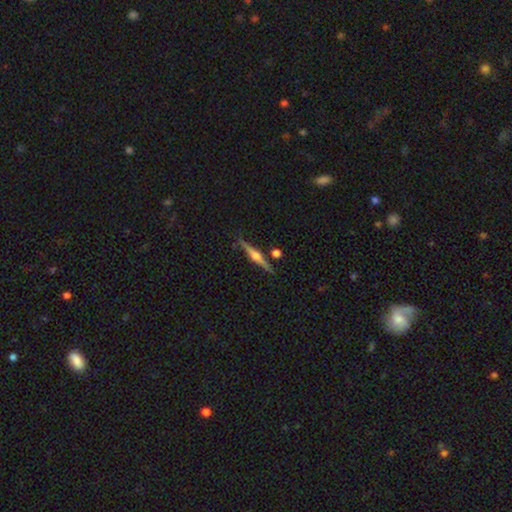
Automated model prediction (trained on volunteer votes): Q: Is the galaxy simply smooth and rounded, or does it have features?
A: featured or disk — 78%.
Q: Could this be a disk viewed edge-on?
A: yes — 98%.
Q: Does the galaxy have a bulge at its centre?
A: rounded — 90%.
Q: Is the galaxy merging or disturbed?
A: none — 86%.